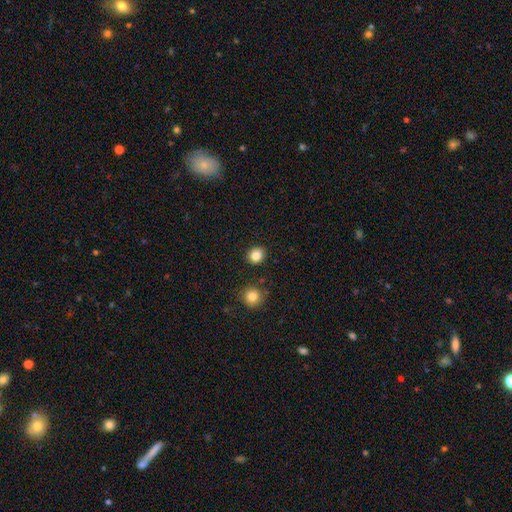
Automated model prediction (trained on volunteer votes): Overall: smooth (84%). How rounded: round (82%). Merging: none (88%).